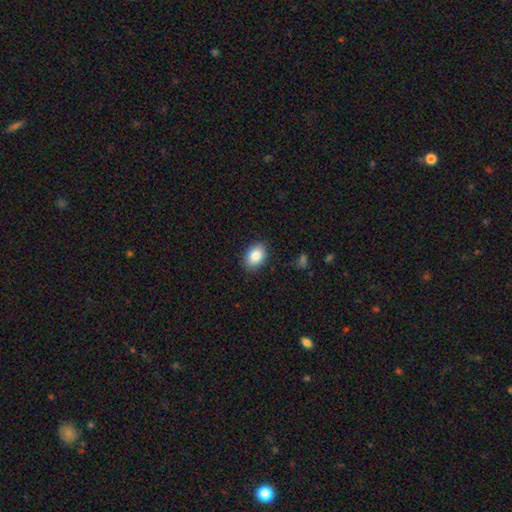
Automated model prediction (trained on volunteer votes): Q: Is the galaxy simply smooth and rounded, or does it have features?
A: smooth — 86%.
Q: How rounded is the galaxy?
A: in between — 78%.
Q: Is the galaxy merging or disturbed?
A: none — 87%.